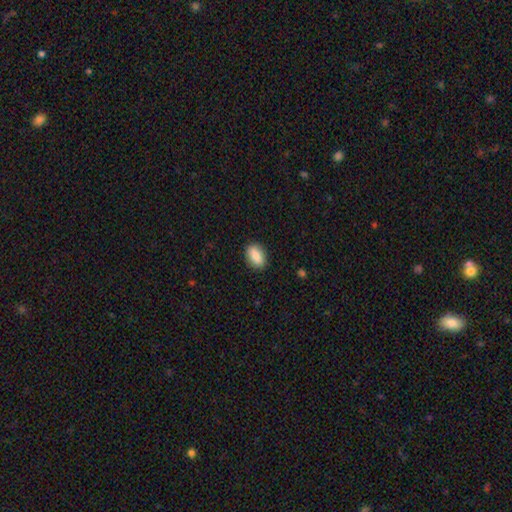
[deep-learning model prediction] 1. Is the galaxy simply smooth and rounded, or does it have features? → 86% smooth, 7% star or artifact, 7% featured or disk.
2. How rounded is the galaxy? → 86% in between, 10% round, 3% cigar-shaped.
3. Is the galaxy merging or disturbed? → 88% none, 9% minor disturbance, 2% major disturbance, 1% merger.